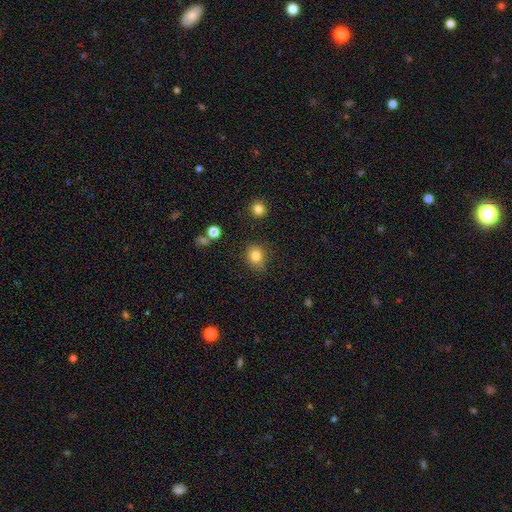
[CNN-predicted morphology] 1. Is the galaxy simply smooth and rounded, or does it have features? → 82% smooth, 12% star or artifact, 7% featured or disk.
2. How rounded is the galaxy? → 67% round, 32% in between, 1% cigar-shaped.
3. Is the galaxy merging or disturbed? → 77% none, 17% minor disturbance, 4% major disturbance, 2% merger.